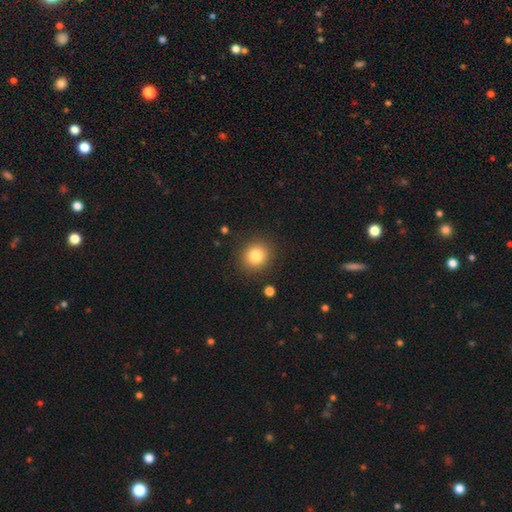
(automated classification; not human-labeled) Morphology: type=smooth (82%); roundness=round (87%); merging=none (89%).